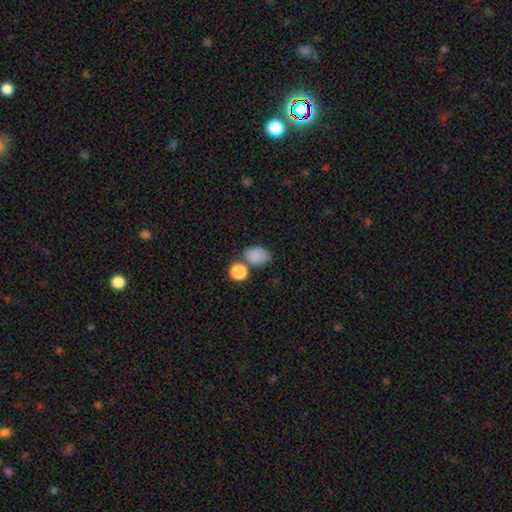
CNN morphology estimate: A smooth galaxy with no disk features (84%) that is in between round and cigar-shaped (72%). Merging: none (64%).